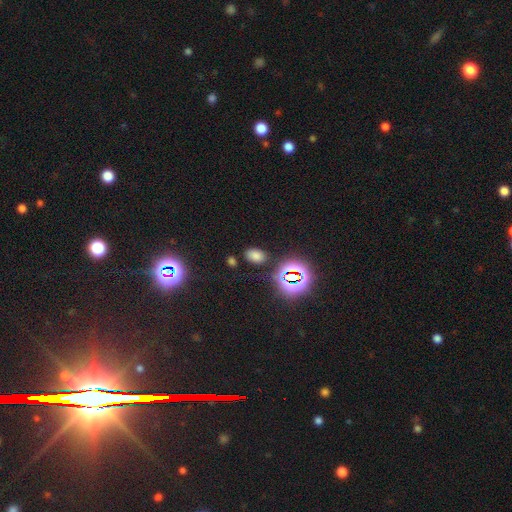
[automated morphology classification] A smooth galaxy with no disk features (68%) that is in between round and cigar-shaped (85%).

Vote fractions:
- Smooth or featured? smooth: 68% / star or artifact: 27% / featured or disk: 6%
- How rounded? in between: 85% / round: 14% / cigar-shaped: 1%
- Merging? none: 84% / minor disturbance: 10% / major disturbance: 3% / merger: 3%